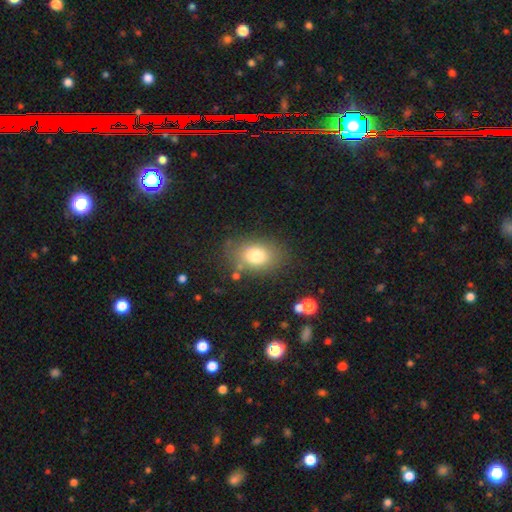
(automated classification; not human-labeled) The model was most divided on "how rounded": in between: 70%, round: 29%, cigar-shaped: 1%. More confident: smooth or featured — smooth (77%); merging — none (75%).